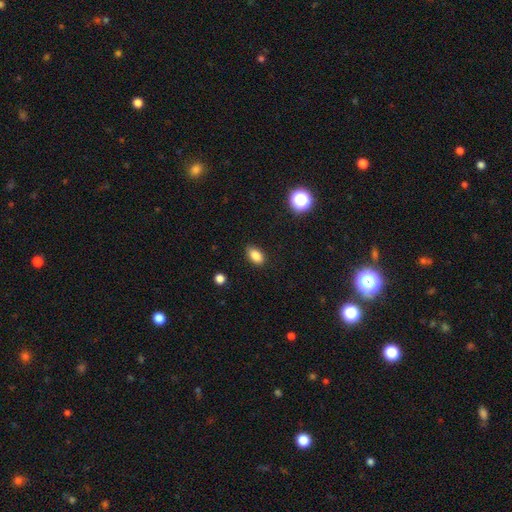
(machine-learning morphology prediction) Overall: smooth (86%). How rounded: in between (89%). Merging: none (86%).